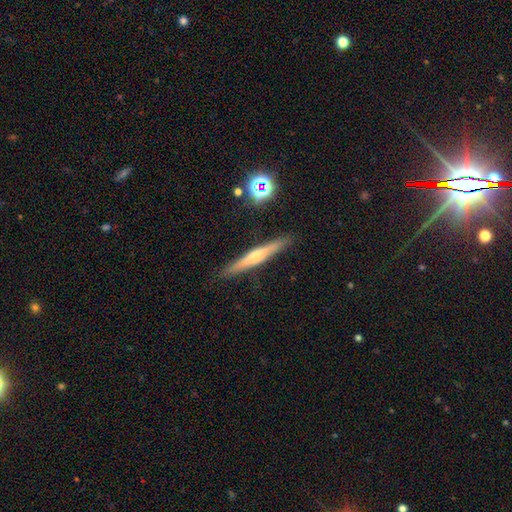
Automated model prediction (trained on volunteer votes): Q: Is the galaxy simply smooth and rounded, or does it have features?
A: featured or disk — 64%.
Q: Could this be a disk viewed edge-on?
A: yes — 96%.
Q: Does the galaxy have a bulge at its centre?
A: rounded — 78%.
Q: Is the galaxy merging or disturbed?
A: none — 89%.